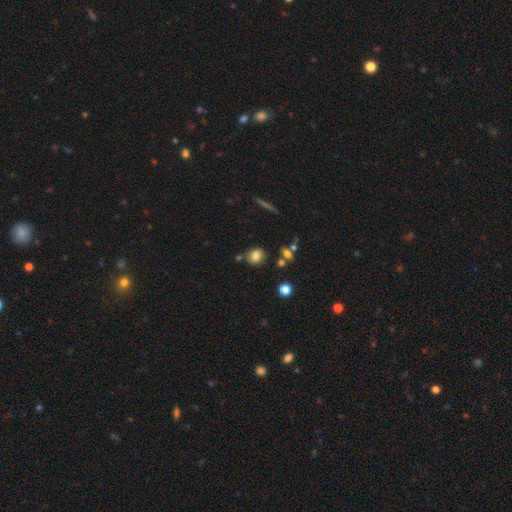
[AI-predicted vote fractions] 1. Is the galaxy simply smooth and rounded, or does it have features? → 78% smooth, 12% star or artifact, 10% featured or disk.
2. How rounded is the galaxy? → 60% round, 38% in between, 2% cigar-shaped.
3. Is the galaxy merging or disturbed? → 76% none, 12% minor disturbance, 9% merger, 3% major disturbance.